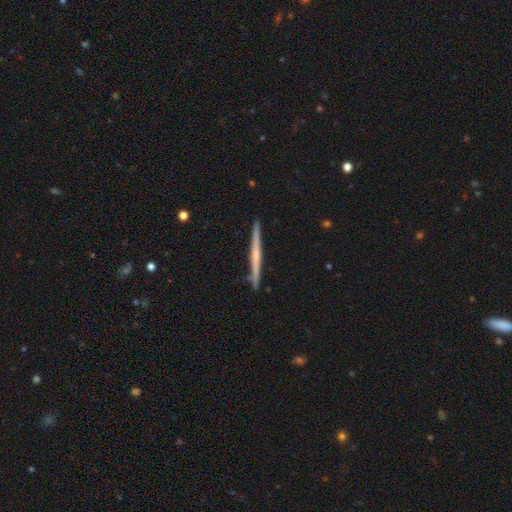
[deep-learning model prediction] A featured or disk galaxy (66%) viewed edge-on (98%) with no central bulge (56%). Merging: none (91%).